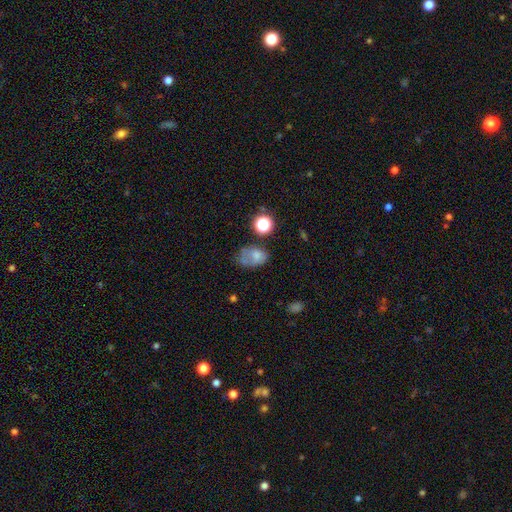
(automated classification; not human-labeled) Smooth or featured?
  - smooth: 63% *
  - featured or disk: 23%
  - star or artifact: 15%
How rounded?
  - in between: 74% *
  - round: 24%
  - cigar-shaped: 1%
Merging?
  - none: 36% *
  - minor disturbance: 29%
  - major disturbance: 24%
  - merger: 11%